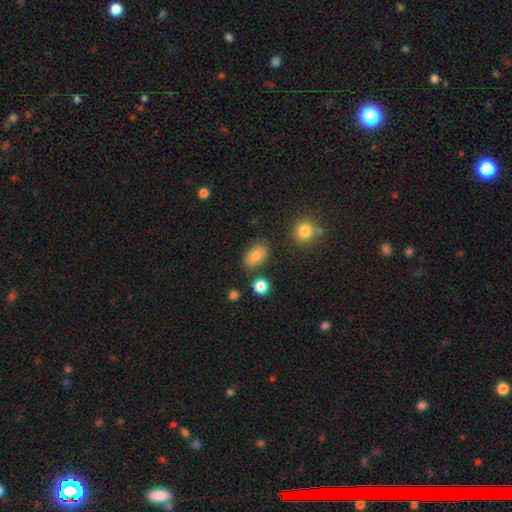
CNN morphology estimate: This appears to be a smooth galaxy with no disk features (79%) that is in between round and cigar-shaped (84%). Merging: none (80%).